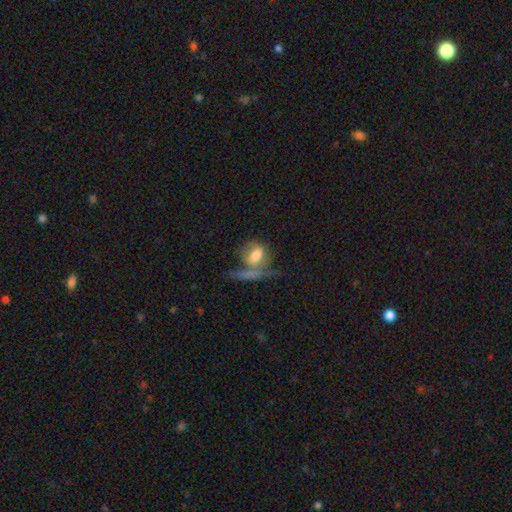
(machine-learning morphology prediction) smooth-or-featured: smooth: 60% | featured or disk: 32% | star or artifact: 8%
  how-rounded: in between: 59% | round: 36% | cigar-shaped: 5%
  merging: merger: 32% | none: 29% | major disturbance: 23% | minor disturbance: 16%